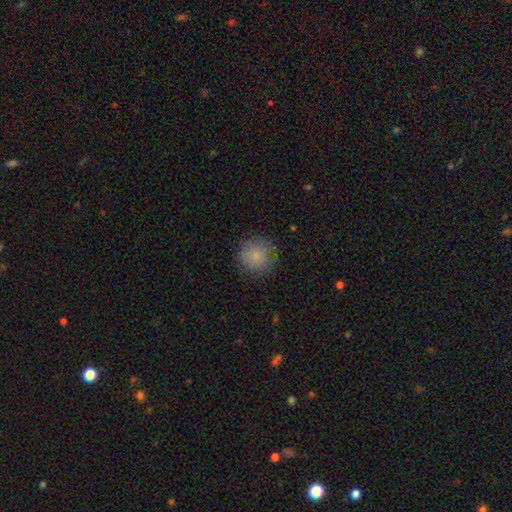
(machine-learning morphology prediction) smooth_or_featured: smooth (p=0.82) [alt: star or artifact p=0.09]
how_rounded: round (p=0.92) [alt: in between p=0.07]
merging: none (p=0.80) [alt: minor disturbance p=0.14]